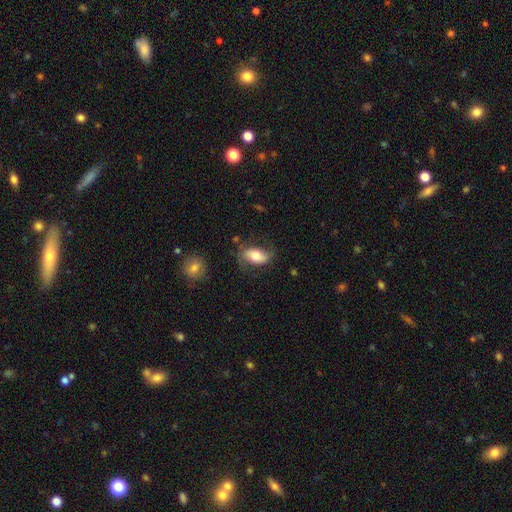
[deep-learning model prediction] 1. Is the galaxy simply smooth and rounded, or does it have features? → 61% smooth, 32% featured or disk, 7% star or artifact.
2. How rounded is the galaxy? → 89% in between, 7% round, 4% cigar-shaped.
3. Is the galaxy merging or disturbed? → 64% none, 24% minor disturbance, 10% major disturbance, 3% merger.